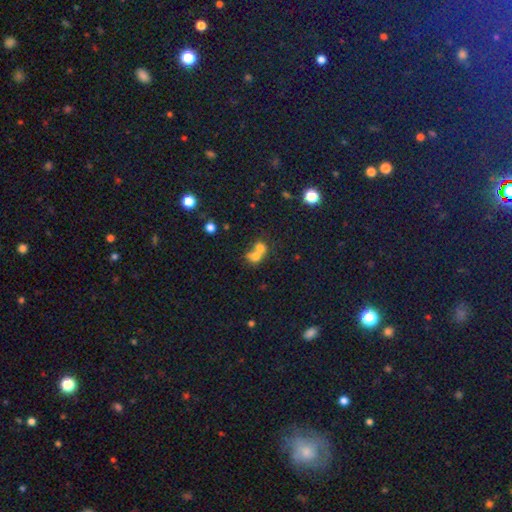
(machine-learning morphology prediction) smooth_or_featured: smooth (p=0.68) [alt: featured or disk p=0.17]
how_rounded: round (p=0.64) [alt: in between p=0.34]
merging: merger (p=0.70) [alt: none p=0.22]